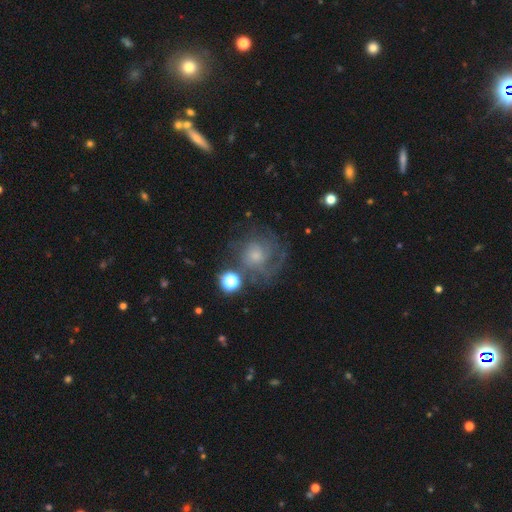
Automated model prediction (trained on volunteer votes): Smooth or featured: featured or disk — 62% (smooth — 24%)
Edge-on disk: no — 97% (yes — 3%)
Bar: no — 77% (weak — 20%)
Spiral arms: yes — 85% (no — 15%)
Spiral winding: tight — 47% (medium — 37%)
Spiral arm count: can't tell — 44% (3 — 19%)
Bulge size: small — 51% (moderate — 33%)
Merging: none — 60% (minor disturbance — 17%)